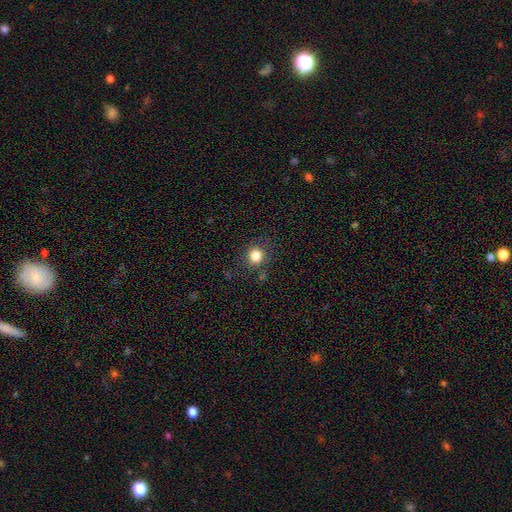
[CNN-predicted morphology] Smooth or featured? Predicted: smooth (p=0.82). How rounded? Predicted: round (p=0.80). Merging? Predicted: none (p=0.79).